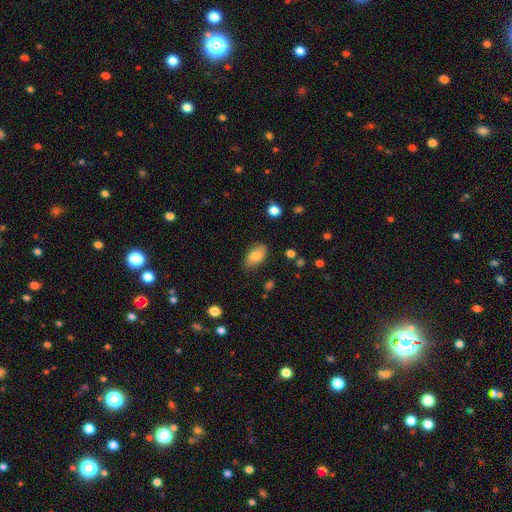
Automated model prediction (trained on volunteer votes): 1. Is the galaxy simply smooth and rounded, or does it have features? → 80% smooth, 12% featured or disk, 8% star or artifact.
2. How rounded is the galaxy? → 93% in between, 5% round, 2% cigar-shaped.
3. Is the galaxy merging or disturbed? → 78% none, 17% minor disturbance, 4% major disturbance, 2% merger.